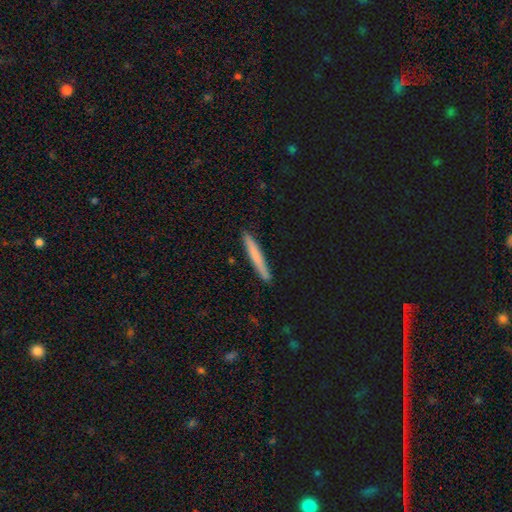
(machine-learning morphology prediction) smooth-or-featured: smooth: 69% | featured or disk: 25% | star or artifact: 6%
  how-rounded: cigar-shaped: 96% | in between: 3% | round: 1%
  merging: none: 90% | minor disturbance: 7% | major disturbance: 1% | merger: 1%